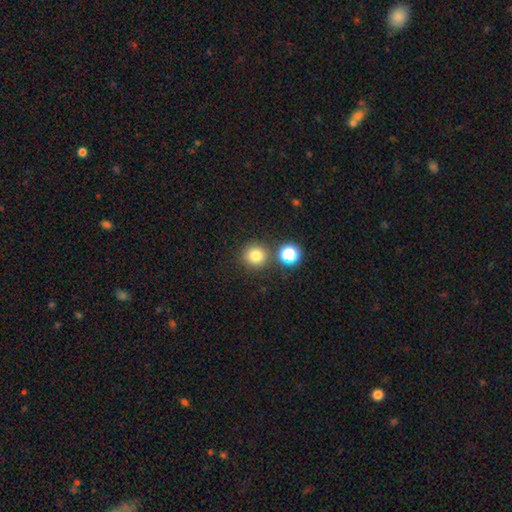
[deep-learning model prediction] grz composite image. It shows a smooth galaxy with no disk features (79%) that is round (93%). Merging: none (81%).